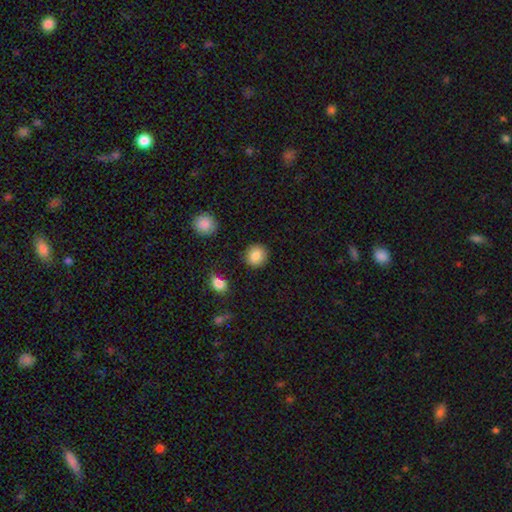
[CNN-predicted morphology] Smooth or featured? Predicted: smooth (p=0.85). How rounded? Predicted: round (p=0.89). Merging? Predicted: none (p=0.89).